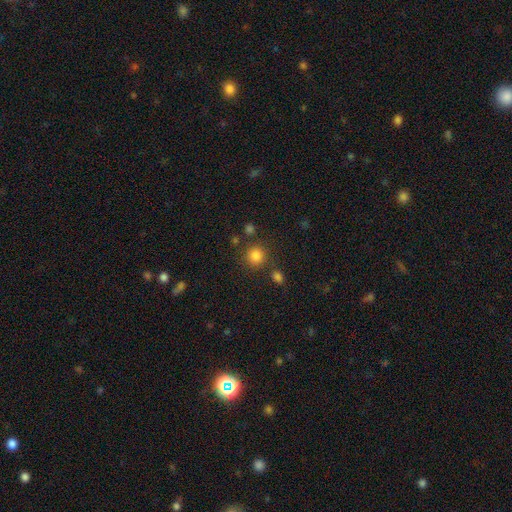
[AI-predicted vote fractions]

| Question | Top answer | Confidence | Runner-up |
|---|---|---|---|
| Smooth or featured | smooth | 83% | star or artifact (12%) |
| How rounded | round | 90% | in between (9%) |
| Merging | none | 80% | minor disturbance (9%) |